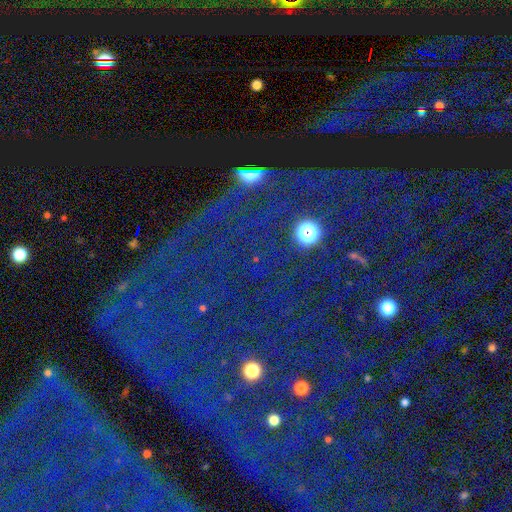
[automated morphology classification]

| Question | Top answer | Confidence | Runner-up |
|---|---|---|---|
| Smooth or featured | star or artifact | 84% | featured or disk (8%) |